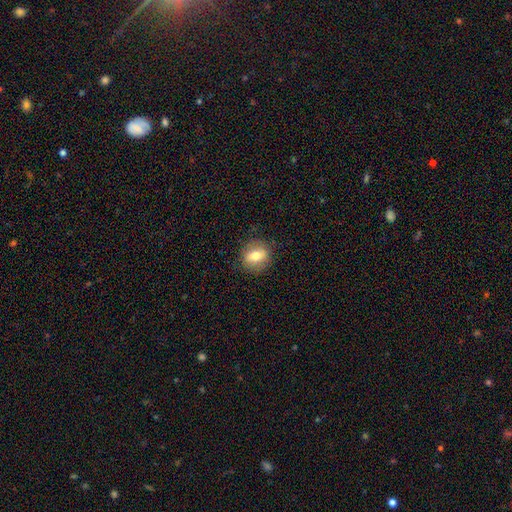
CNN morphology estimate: smooth_or_featured: smooth (p=0.64) [alt: featured or disk p=0.27]
how_rounded: round (p=0.54) [alt: in between p=0.43]
merging: none (p=0.85) [alt: minor disturbance p=0.11]